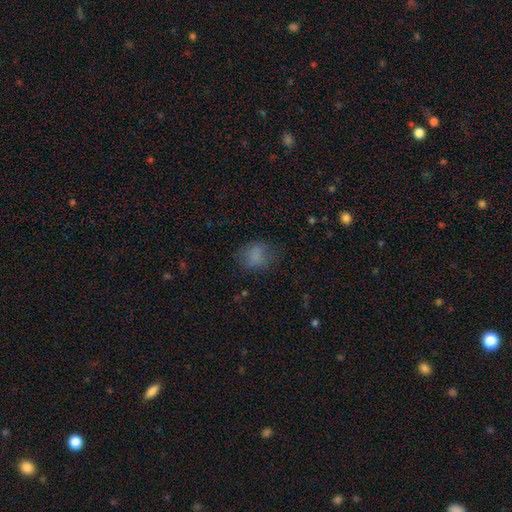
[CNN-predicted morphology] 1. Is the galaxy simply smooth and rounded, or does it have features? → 76% smooth, 12% star or artifact, 12% featured or disk.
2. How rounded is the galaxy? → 52% in between, 47% round, 1% cigar-shaped.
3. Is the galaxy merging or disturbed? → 63% none, 22% minor disturbance, 14% major disturbance, 1% merger.